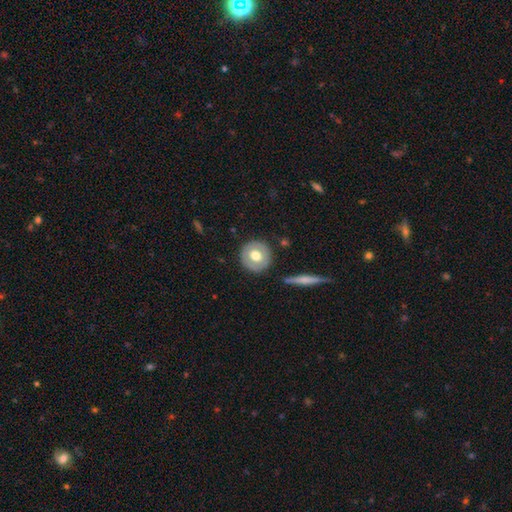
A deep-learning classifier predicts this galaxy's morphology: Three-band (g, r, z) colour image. It shows a smooth galaxy with no disk features (58%) that is round (91%). Merging: none (87%).